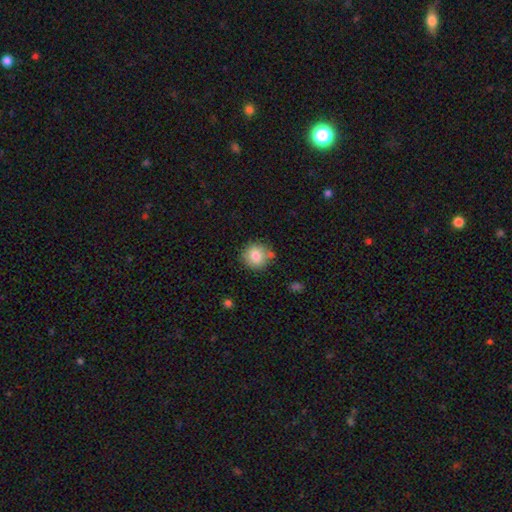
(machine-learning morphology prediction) A smooth galaxy with no disk features (82%) that is round (88%). Merging: none (76%).